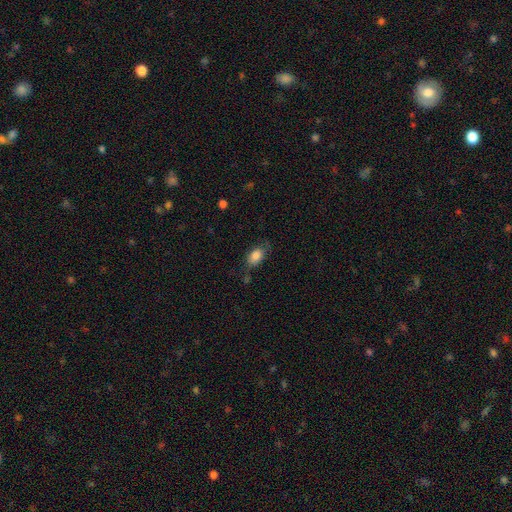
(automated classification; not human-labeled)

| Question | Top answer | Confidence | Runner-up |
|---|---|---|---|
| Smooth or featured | smooth | 84% | featured or disk (8%) |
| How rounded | in between | 88% | round (10%) |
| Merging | none | 65% | minor disturbance (24%) |